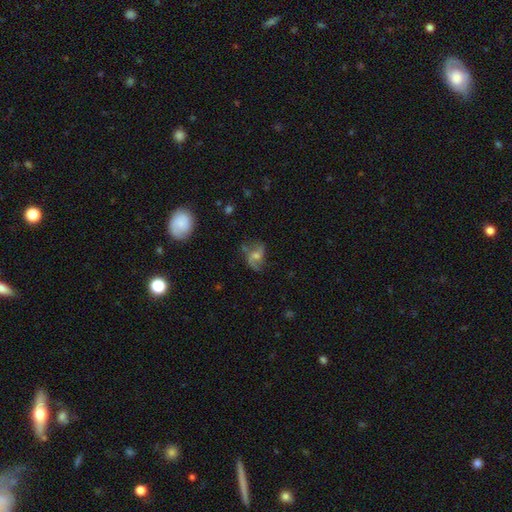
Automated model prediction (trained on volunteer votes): smooth_or_featured: featured or disk (p=0.59) [alt: smooth p=0.28]
disk_edge_on: no (p=0.96) [alt: yes p=0.04]
bar: no (p=0.61) [alt: weak p=0.31]
has_spiral_arms: yes (p=0.82) [alt: no p=0.18]
bulge_size: moderate (p=0.51) [alt: small p=0.34]
merging: none (p=0.53) [alt: minor disturbance p=0.24]